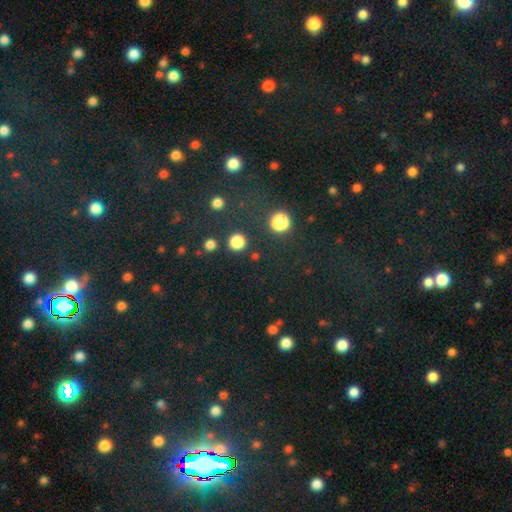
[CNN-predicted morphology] The model was most divided on "smooth or featured": smooth: 55%, star or artifact: 39%, featured or disk: 6%. More confident: how rounded — round (88%); merging — none (85%).